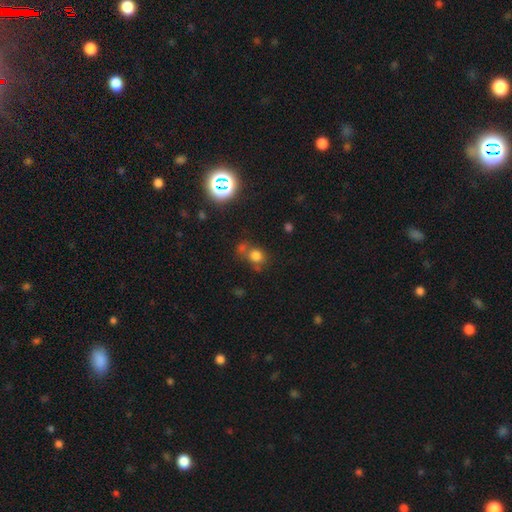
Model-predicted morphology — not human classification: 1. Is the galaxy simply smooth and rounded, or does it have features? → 71% smooth, 20% star or artifact, 9% featured or disk.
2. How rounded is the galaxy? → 73% round, 26% in between, 1% cigar-shaped.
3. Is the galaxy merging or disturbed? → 53% none, 25% merger, 14% minor disturbance, 8% major disturbance.